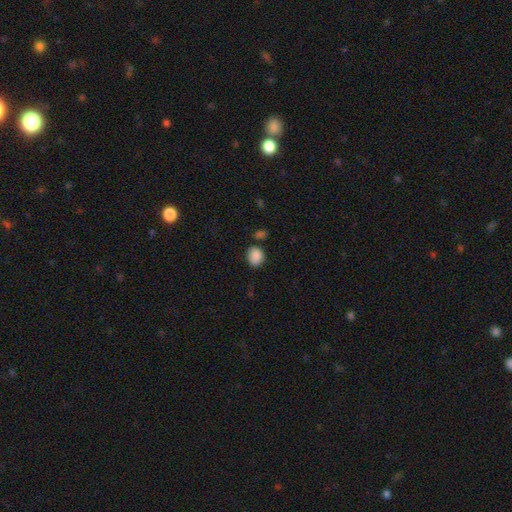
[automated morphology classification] Smooth or featured?
  - smooth: 88% *
  - star or artifact: 8%
  - featured or disk: 4%
How rounded?
  - round: 54% *
  - in between: 45%
  - cigar-shaped: 1%
Merging?
  - none: 74% *
  - minor disturbance: 15%
  - merger: 7%
  - major disturbance: 4%